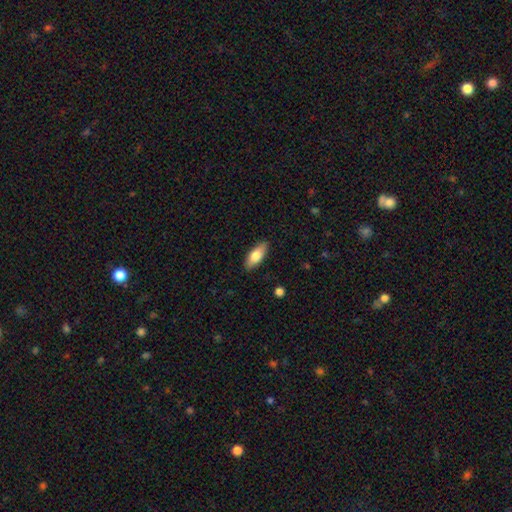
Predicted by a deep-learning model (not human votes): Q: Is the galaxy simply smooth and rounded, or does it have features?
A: smooth — 79%.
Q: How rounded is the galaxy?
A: in between — 80%.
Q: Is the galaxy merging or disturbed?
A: none — 88%.